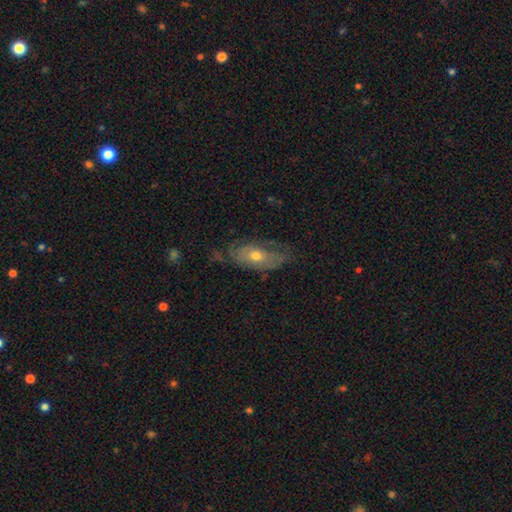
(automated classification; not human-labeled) A featured or disk galaxy (58%). Merging: none (60%).